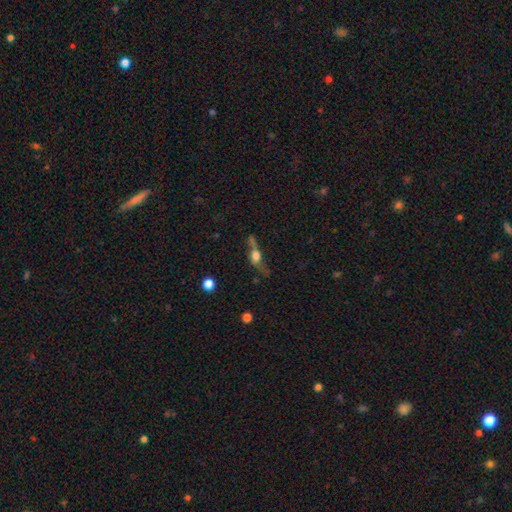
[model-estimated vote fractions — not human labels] Morphology: type=featured or disk (44%); merging=none (44%).